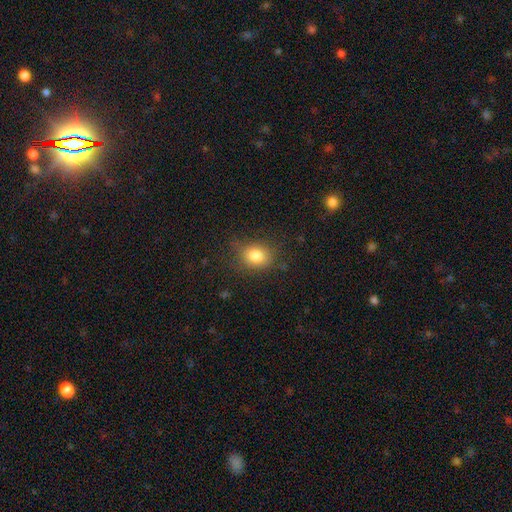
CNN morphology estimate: This is clearly a smooth galaxy (82%). How rounded: possibly in between (50%). Merging: likely none (74%).